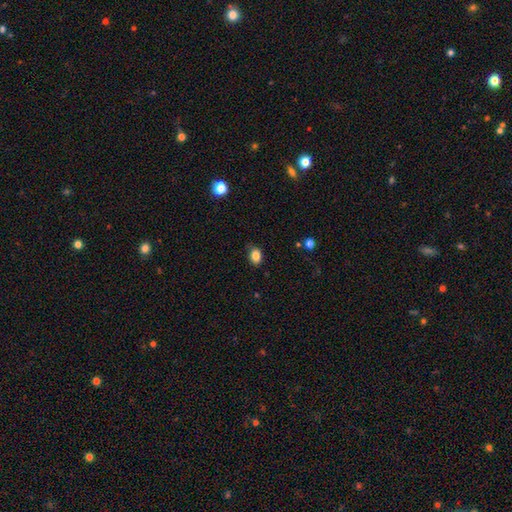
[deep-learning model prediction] smooth 85%, star or artifact 10%, featured or disk 5%. Down the decision tree: how rounded — in between (68%); merging — none (79%).